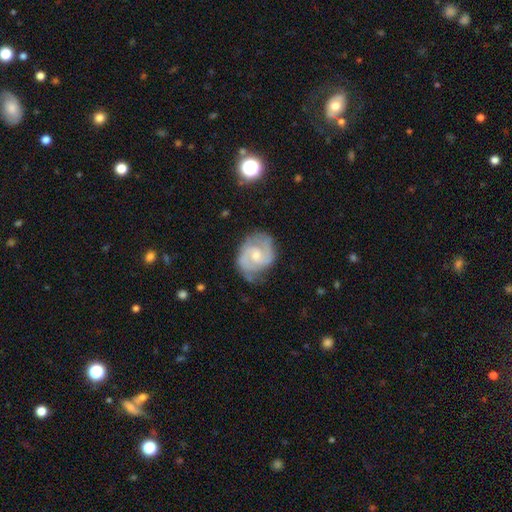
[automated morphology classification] Q: Smooth or featured?
A: featured or disk (82%); runner-up: smooth (12%)
Q: Edge-on disk?
A: no (98%); runner-up: yes (2%)
Q: Bar?
A: no (48%); runner-up: weak (45%)
Q: Spiral arms?
A: yes (95%); runner-up: no (5%)
Q: Spiral winding?
A: medium (50%); runner-up: tight (37%)
Q: Spiral arm count?
A: 2 (81%); runner-up: can't tell (9%)
Q: Bulge size?
A: moderate (50%); runner-up: small (42%)
Q: Merging?
A: none (67%); runner-up: minor disturbance (23%)